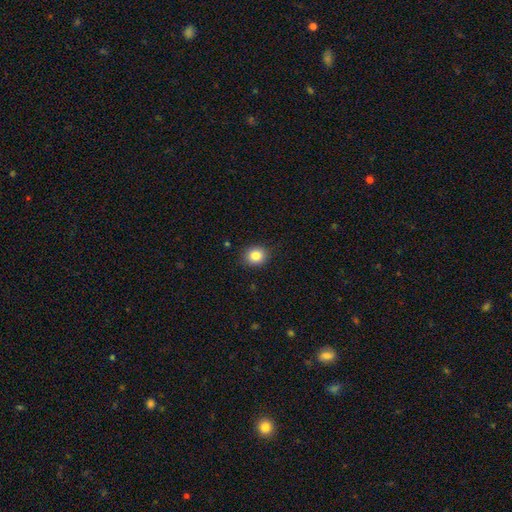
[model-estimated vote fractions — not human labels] Smooth or featured? Predicted: smooth (p=0.84). How rounded? Predicted: round (p=0.73). Merging? Predicted: none (p=0.89).